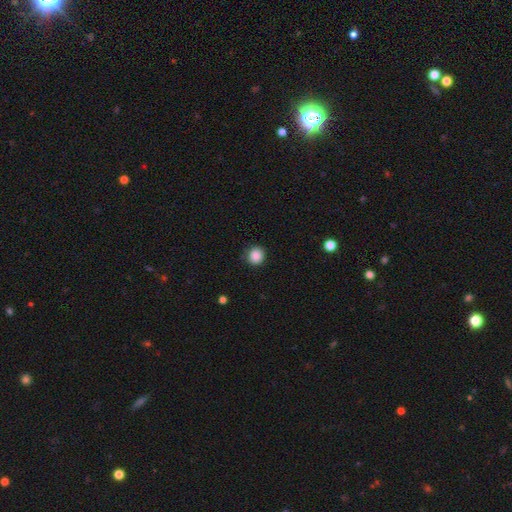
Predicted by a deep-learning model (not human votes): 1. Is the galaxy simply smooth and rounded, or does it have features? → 88% smooth, 9% star or artifact, 3% featured or disk.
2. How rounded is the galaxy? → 85% round, 14% in between, 1% cigar-shaped.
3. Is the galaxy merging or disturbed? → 85% none, 11% minor disturbance, 3% major disturbance, 1% merger.